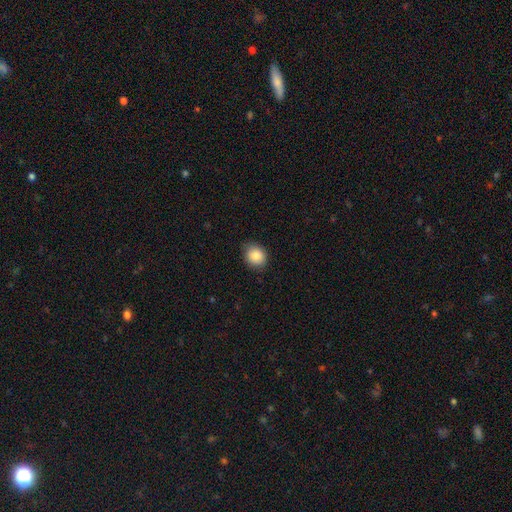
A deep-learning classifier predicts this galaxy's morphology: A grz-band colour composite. It shows a smooth galaxy with no disk features (85%) that is round (71%). Merging: none (82%).